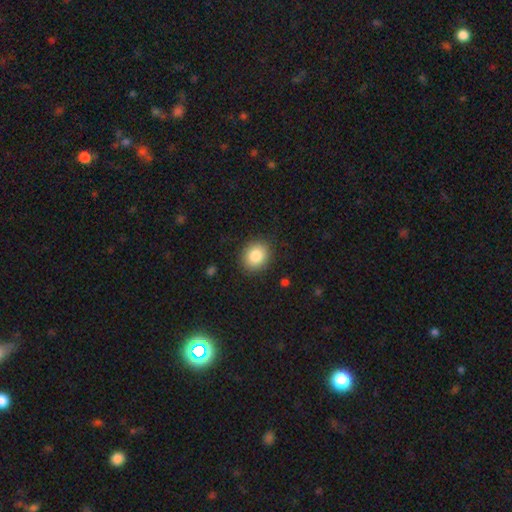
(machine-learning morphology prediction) Smooth or featured? smooth (85%)
How rounded? round (67%)
Merging? none (88%)